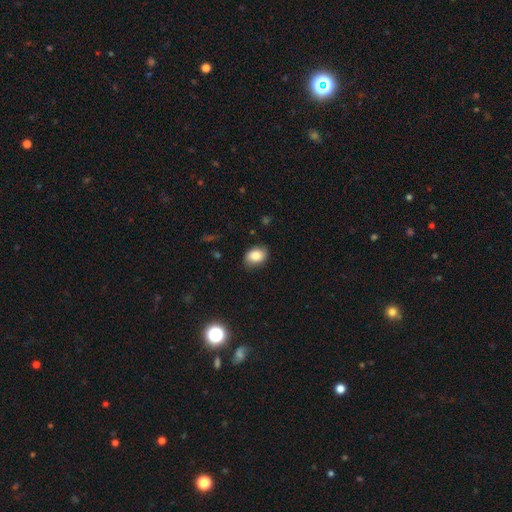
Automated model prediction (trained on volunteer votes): Q: Smooth or featured?
A: smooth (83%); runner-up: featured or disk (9%)
Q: How rounded?
A: in between (72%); runner-up: round (27%)
Q: Merging?
A: none (78%); runner-up: minor disturbance (17%)